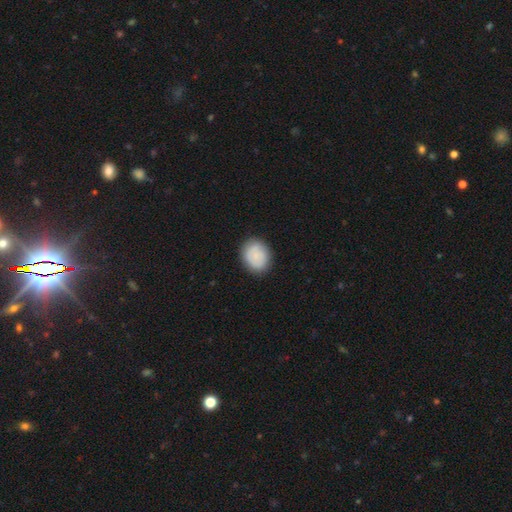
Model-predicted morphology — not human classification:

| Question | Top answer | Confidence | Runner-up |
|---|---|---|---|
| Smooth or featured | smooth | 78% | featured or disk (16%) |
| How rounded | round | 56% | in between (43%) |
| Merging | none | 85% | minor disturbance (11%) |